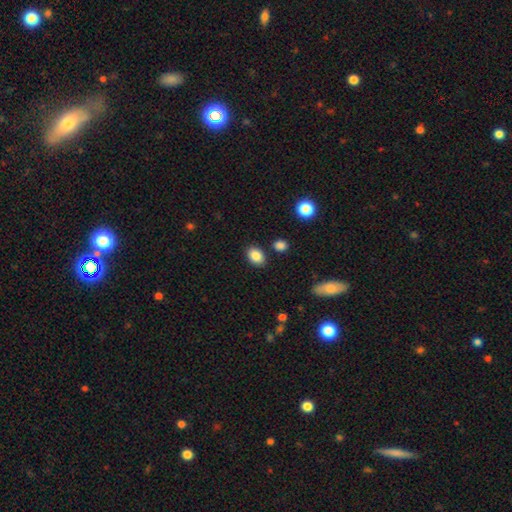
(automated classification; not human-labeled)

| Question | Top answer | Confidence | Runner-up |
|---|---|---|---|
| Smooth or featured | smooth | 86% | star or artifact (9%) |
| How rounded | in between | 72% | round (27%) |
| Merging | none | 85% | minor disturbance (9%) |